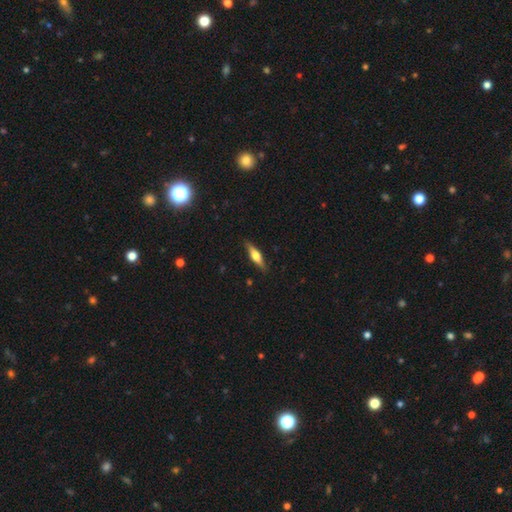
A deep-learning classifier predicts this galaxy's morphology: type=featured or disk (51%); edge-on=yes (94%); merging=none (87%).